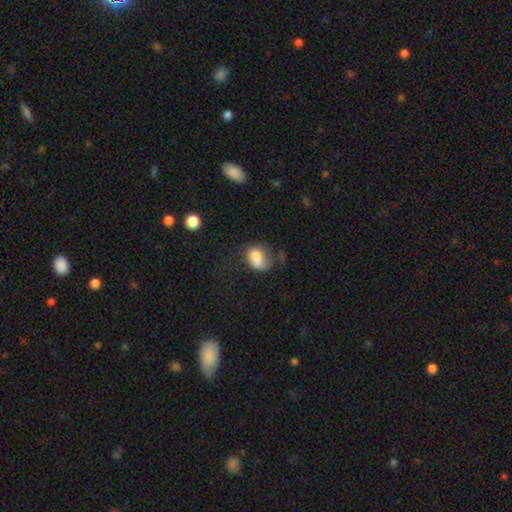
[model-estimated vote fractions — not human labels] smooth-or-featured: smooth: 70% | featured or disk: 20% | star or artifact: 10%
  how-rounded: in between: 61% | round: 37% | cigar-shaped: 1%
  merging: major disturbance: 36% | none: 27% | minor disturbance: 25% | merger: 12%